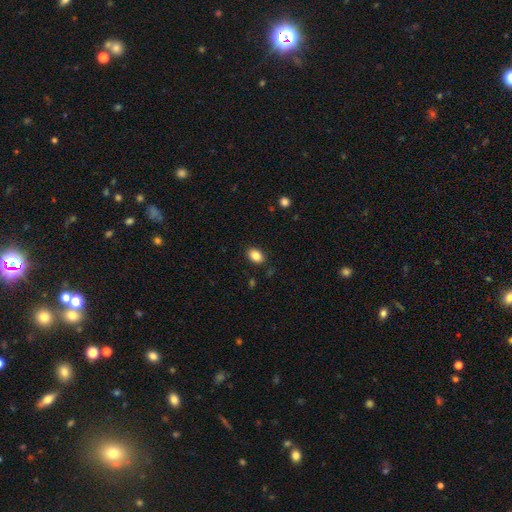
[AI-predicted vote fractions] A smooth galaxy with no disk features (86%) that is in between round and cigar-shaped (82%).

Vote fractions:
- Smooth or featured? smooth: 86% / star or artifact: 9% / featured or disk: 5%
- How rounded? in between: 82% / round: 16% / cigar-shaped: 1%
- Merging? none: 87% / minor disturbance: 9% / major disturbance: 2% / merger: 1%